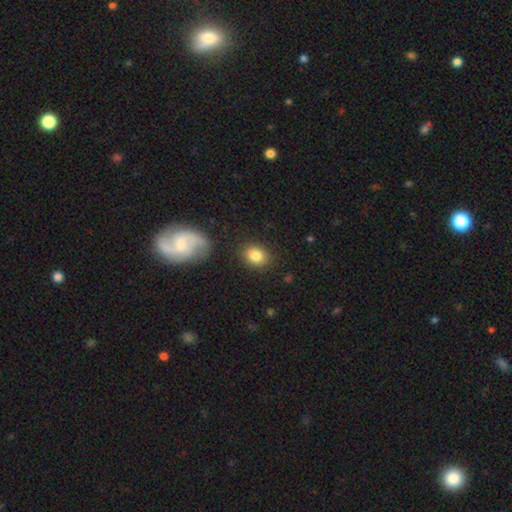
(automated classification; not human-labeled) Smooth or featured: smooth — 83% (star or artifact — 9%)
How rounded: in between — 53% (round — 46%)
Merging: none — 82% (minor disturbance — 12%)